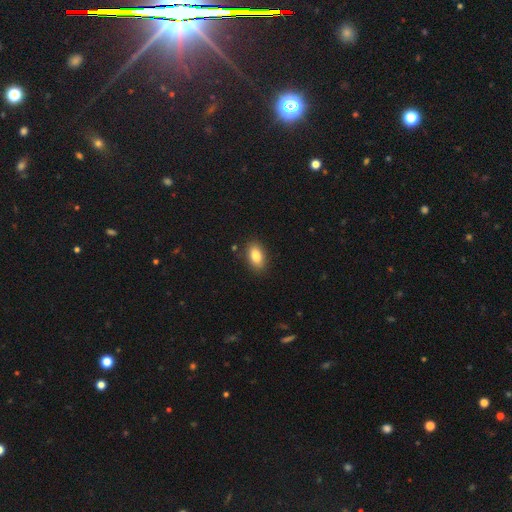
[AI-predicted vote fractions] smooth_or_featured: smooth (p=0.85) [alt: star or artifact p=0.08]
how_rounded: in between (p=0.90) [alt: round p=0.08]
merging: none (p=0.87) [alt: minor disturbance p=0.09]